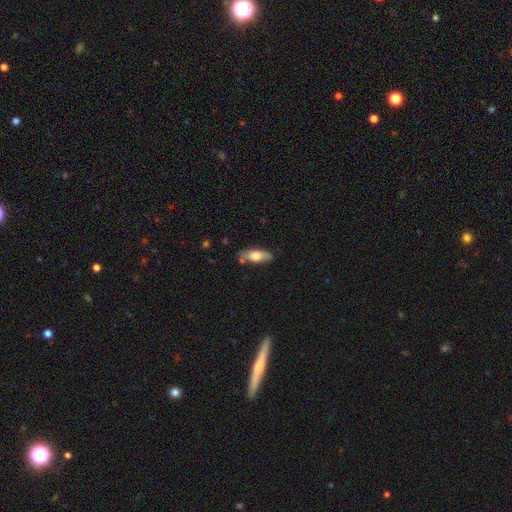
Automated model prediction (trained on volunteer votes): This is likely a smooth galaxy (70%). How rounded: likely in between (73%). Merging: likely none (72%).